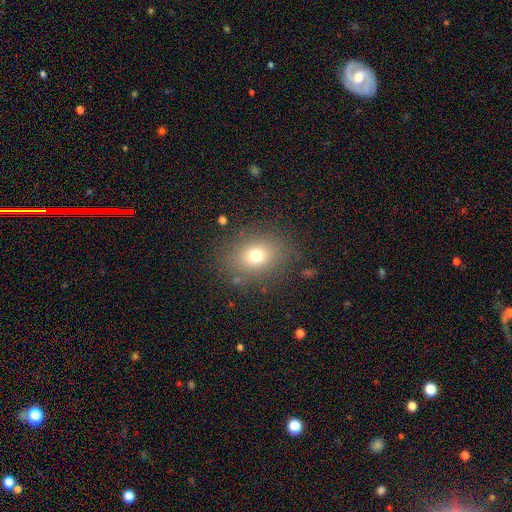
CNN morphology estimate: Smooth or featured? smooth (72%)
How rounded? in between (50%)
Merging? none (82%)